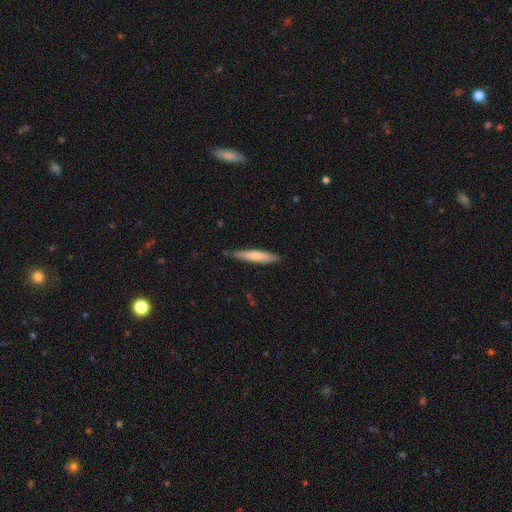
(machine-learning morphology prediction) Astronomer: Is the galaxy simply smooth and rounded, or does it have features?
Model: smooth — 68%.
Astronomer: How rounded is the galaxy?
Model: cigar-shaped — 90%.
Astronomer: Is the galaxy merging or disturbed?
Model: none — 84%.